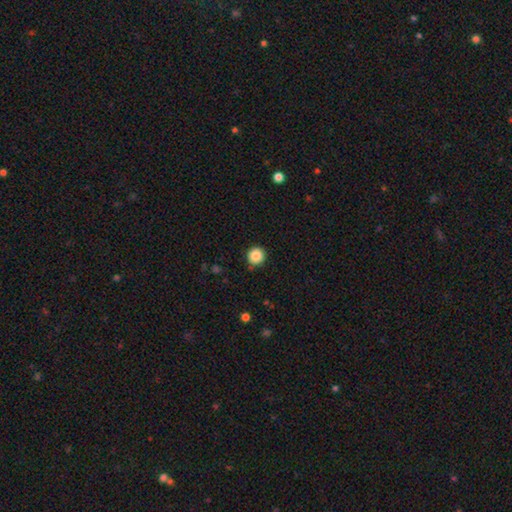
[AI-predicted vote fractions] The model was most divided on "smooth or featured": smooth: 86%, star or artifact: 10%, featured or disk: 4%. More confident: how rounded — round (94%); merging — none (87%).